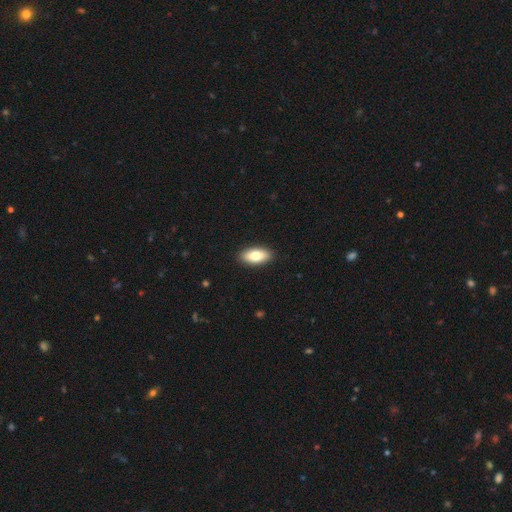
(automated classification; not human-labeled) Overall: smooth (80%). How rounded: in between (90%). Merging: none (91%).